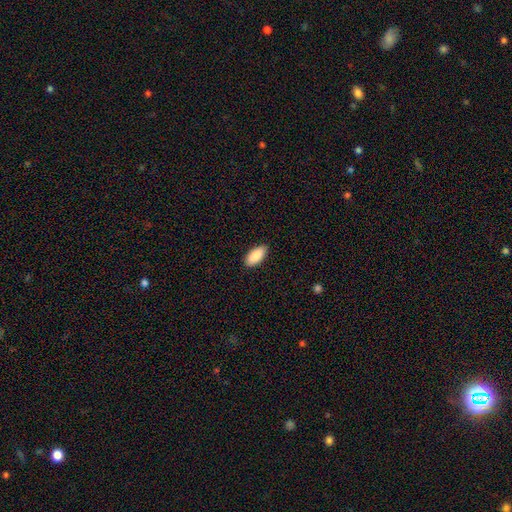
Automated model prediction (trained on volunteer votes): Overall: smooth (89%). How rounded: in between (90%). Merging: none (89%).